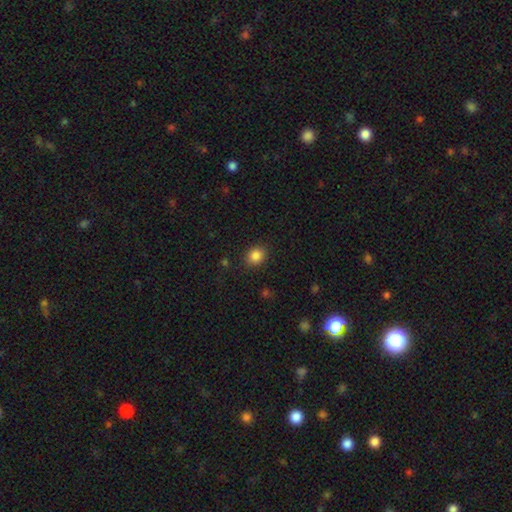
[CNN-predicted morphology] A smooth galaxy with no disk features (85%) that is round (57%).

Vote fractions:
- Smooth or featured? smooth: 85% / star or artifact: 10% / featured or disk: 4%
- How rounded? round: 57% / in between: 42% / cigar-shaped: 1%
- Merging? none: 88% / minor disturbance: 8% / major disturbance: 3% / merger: 1%